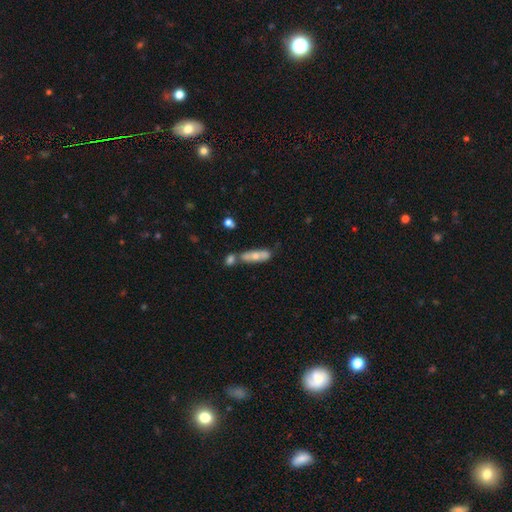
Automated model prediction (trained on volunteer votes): Q: Smooth or featured?
A: smooth (58%); runner-up: featured or disk (36%)
Q: How rounded?
A: cigar-shaped (50%); runner-up: in between (47%)
Q: Merging?
A: none (43%); runner-up: merger (34%)